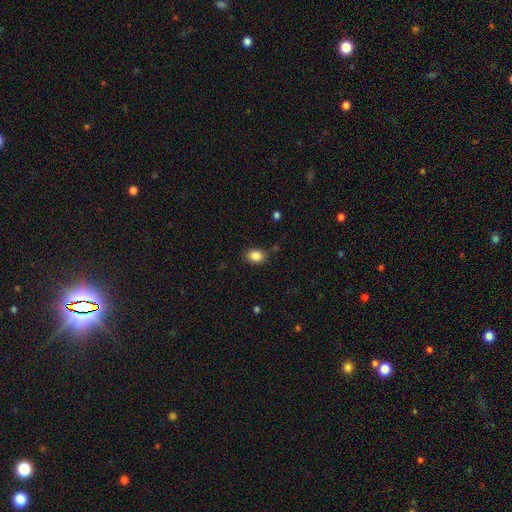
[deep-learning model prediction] Smooth or featured? Predicted: smooth (p=0.87). How rounded? Predicted: in between (p=0.67). Merging? Predicted: none (p=0.82).